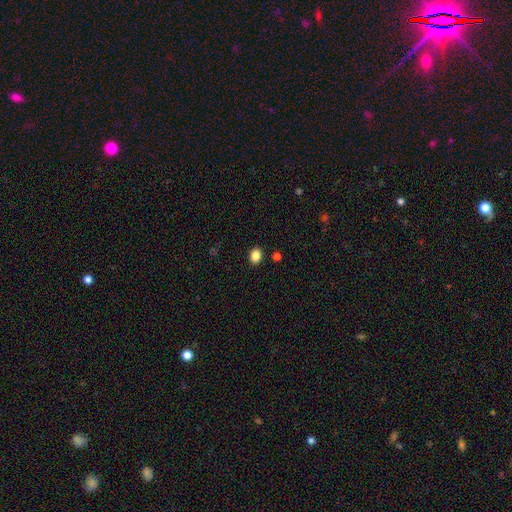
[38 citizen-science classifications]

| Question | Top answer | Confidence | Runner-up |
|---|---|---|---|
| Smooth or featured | smooth | 87% | star or artifact (8%) |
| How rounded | in between | 79% | round (21%) |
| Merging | none | 86% | minor disturbance (11%) |